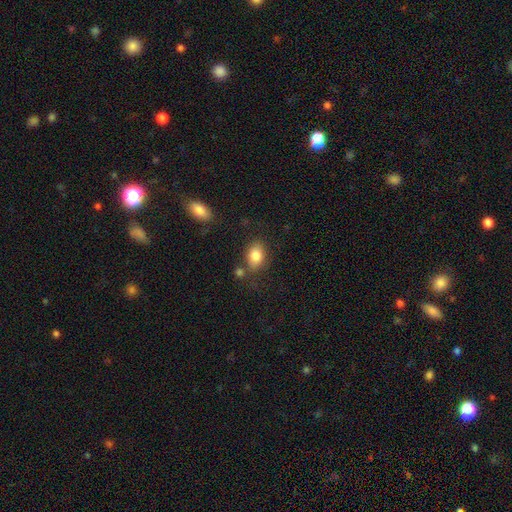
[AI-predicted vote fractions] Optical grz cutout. It shows a smooth galaxy with no disk features (83%) that is in between round and cigar-shaped (80%). Merging: none (72%).